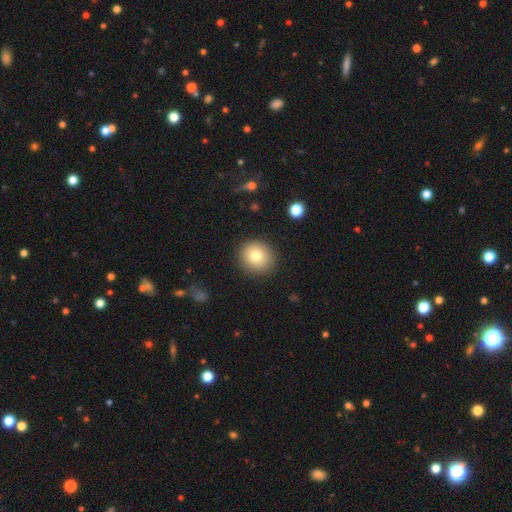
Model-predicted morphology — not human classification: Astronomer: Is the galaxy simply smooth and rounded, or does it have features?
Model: smooth — 77%.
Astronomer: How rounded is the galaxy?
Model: round — 90%.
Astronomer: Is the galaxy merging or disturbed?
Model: none — 89%.